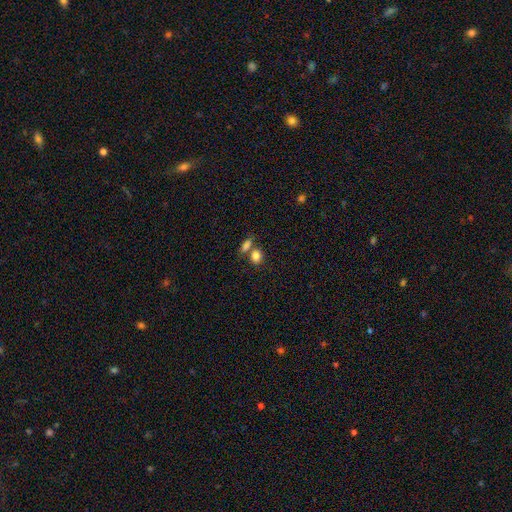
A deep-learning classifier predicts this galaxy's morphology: This is clearly a smooth galaxy (83%). How rounded: possibly round (51%). Merging: possibly none (51%).